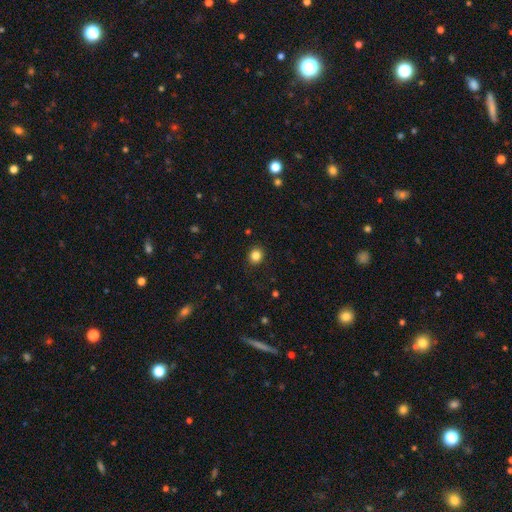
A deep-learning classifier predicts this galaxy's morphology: type=smooth (84%); roundness=round (79%); merging=none (90%).